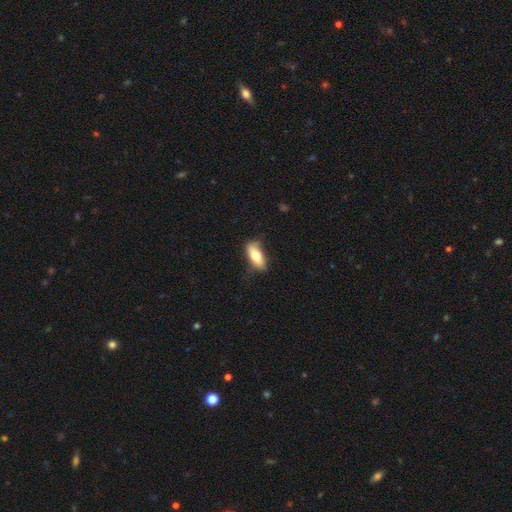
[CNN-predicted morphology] smooth_or_featured: smooth (p=0.74) [alt: featured or disk p=0.20]
how_rounded: in between (p=0.80) [alt: cigar-shaped p=0.17]
merging: none (p=0.69) [alt: minor disturbance p=0.24]